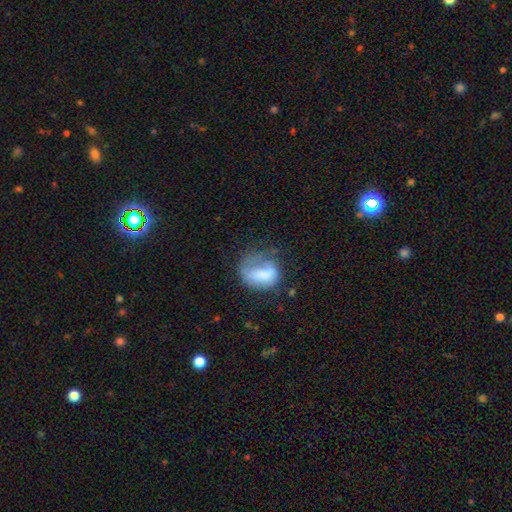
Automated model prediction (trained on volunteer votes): smooth-or-featured: smooth: 47% | featured or disk: 35% | star or artifact: 18%
  merging: none: 43% | major disturbance: 28% | minor disturbance: 25% | merger: 3%